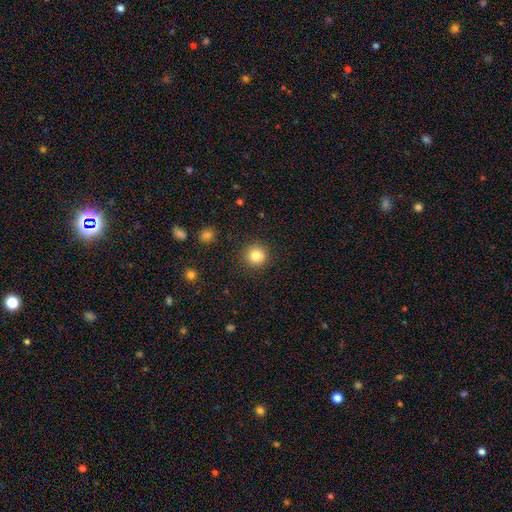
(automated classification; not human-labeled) Smooth or featured: smooth — 82% (star or artifact — 11%)
How rounded: round — 94% (in between — 5%)
Merging: none — 91% (minor disturbance — 6%)